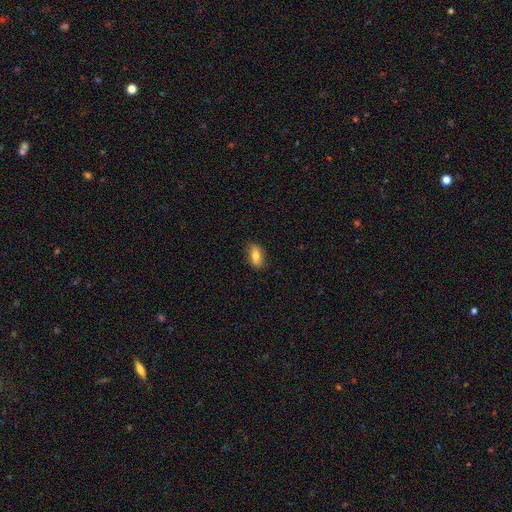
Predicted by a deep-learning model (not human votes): Smooth or featured? Predicted: smooth (p=0.74). How rounded? Predicted: in between (p=0.87). Merging? Predicted: none (p=0.83).